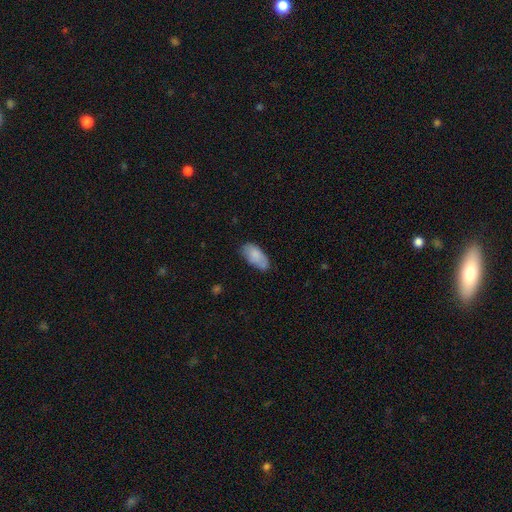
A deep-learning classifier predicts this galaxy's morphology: The model was most divided on "merging": none: 67%, minor disturbance: 26%, major disturbance: 5%, merger: 2%. More confident: how rounded — in between (93%); smooth or featured — smooth (81%).